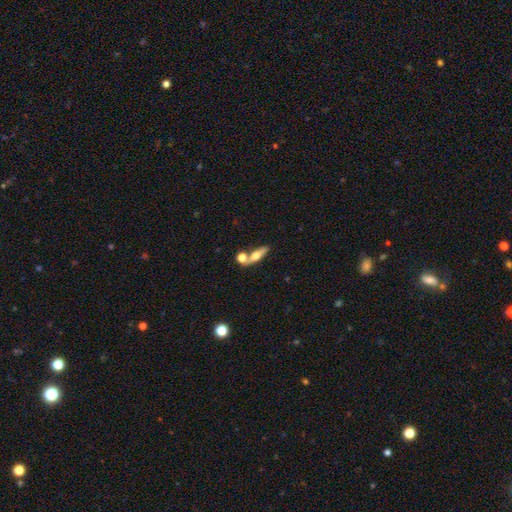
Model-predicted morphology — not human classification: Smooth or featured: featured or disk — 48% (smooth — 44%)
Merging: none — 61% (merger — 24%)